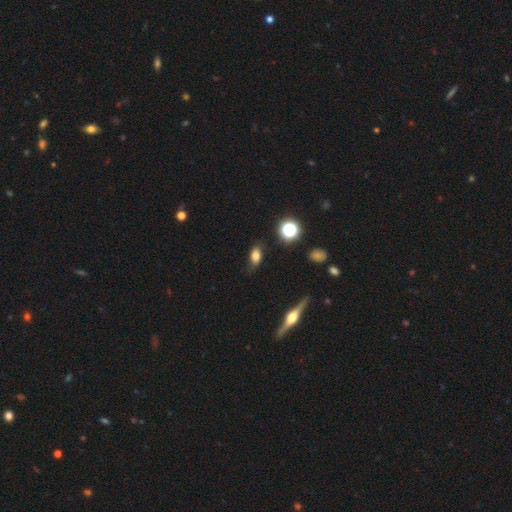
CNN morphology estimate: This is likely a smooth galaxy (74%). How rounded: clearly in between (82%). Merging: likely none (73%).